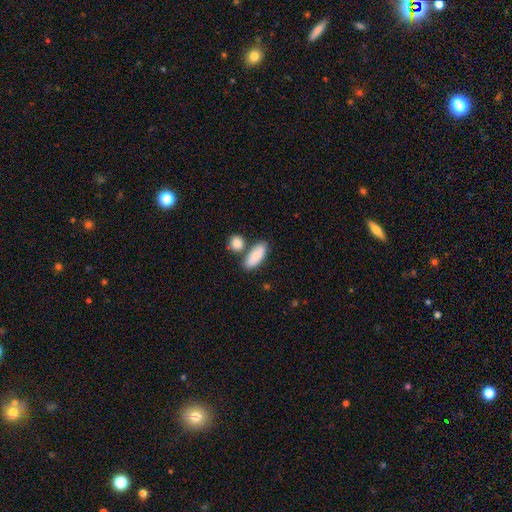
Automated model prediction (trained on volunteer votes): Smooth or featured? Predicted: smooth (p=0.87). How rounded? Predicted: in between (p=0.80). Merging? Predicted: none (p=0.64).